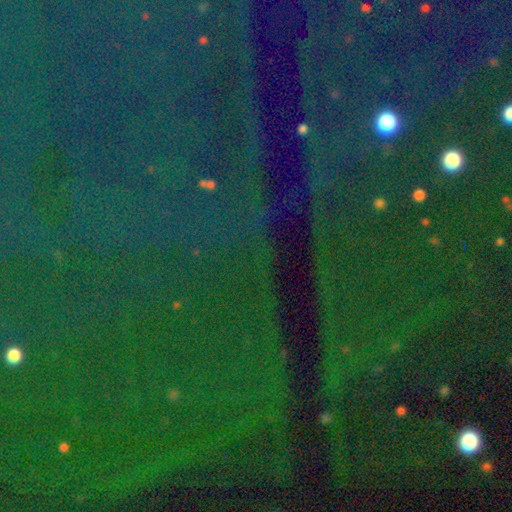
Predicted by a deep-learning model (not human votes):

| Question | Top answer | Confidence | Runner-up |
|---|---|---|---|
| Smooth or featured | star or artifact | 85% | smooth (7%) |